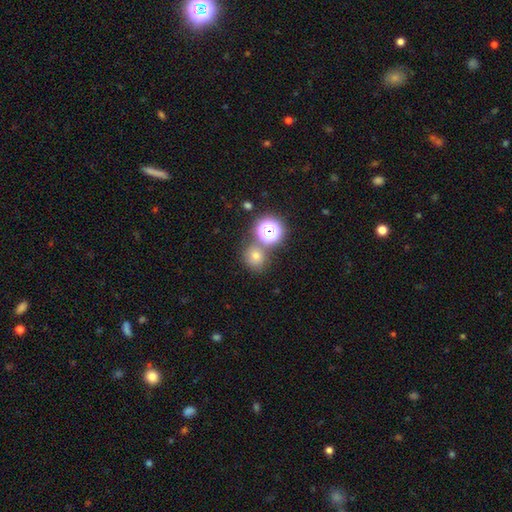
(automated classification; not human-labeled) Smooth or featured? Predicted: smooth (p=0.62). How rounded? Predicted: round (p=0.82). Merging? Predicted: none (p=0.69).